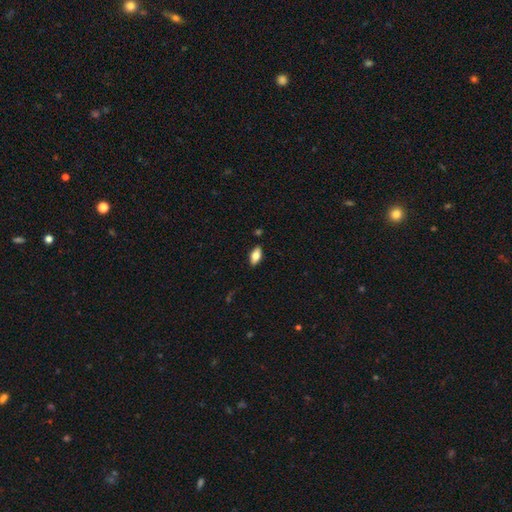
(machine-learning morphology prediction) type=smooth (74%); roundness=in between (86%); merging=none (88%).